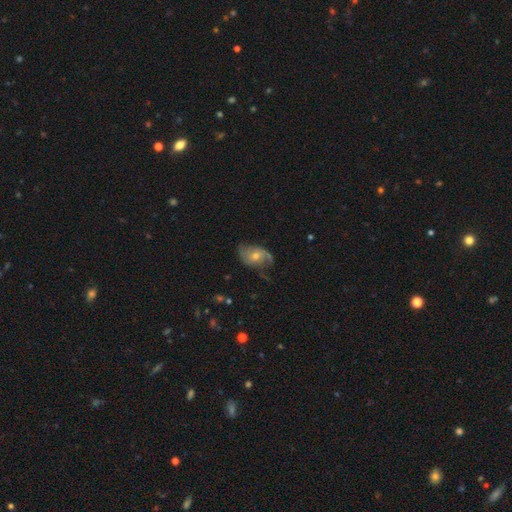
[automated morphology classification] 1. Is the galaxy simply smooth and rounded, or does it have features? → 69% featured or disk, 22% smooth, 10% star or artifact.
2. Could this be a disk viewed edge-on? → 95% no, 5% yes.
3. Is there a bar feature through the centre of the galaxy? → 69% no, 25% weak, 6% strong.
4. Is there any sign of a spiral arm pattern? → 87% yes, 13% no.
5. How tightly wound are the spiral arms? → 46% loose, 36% medium, 17% tight.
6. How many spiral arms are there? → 73% 2, 13% can't tell, 7% 1, 4% 3, 2% 4, 2% more than 4.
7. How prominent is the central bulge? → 48% moderate, 47% small, 3% large, 2% none, 1% dominant.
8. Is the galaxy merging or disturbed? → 58% none, 25% minor disturbance, 15% major disturbance, 2% merger.